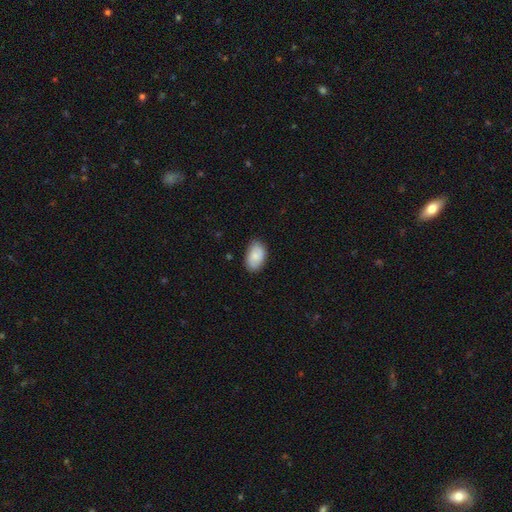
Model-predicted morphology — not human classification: smooth_or_featured: smooth (p=0.81) [alt: featured or disk p=0.12]
how_rounded: in between (p=0.92) [alt: round p=0.07]
merging: none (p=0.81) [alt: minor disturbance p=0.15]